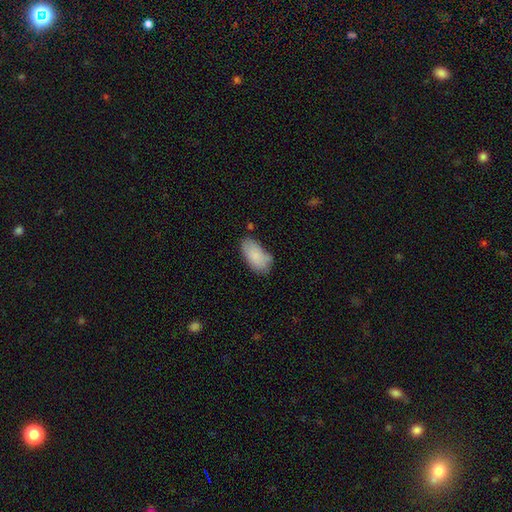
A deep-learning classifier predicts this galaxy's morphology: A smooth galaxy with no disk features (85%) that is in between round and cigar-shaped (94%).

Vote fractions:
- Smooth or featured? smooth: 85% / featured or disk: 8% / star or artifact: 7%
- How rounded? in between: 94% / round: 3% / cigar-shaped: 3%
- Merging? none: 59% / minor disturbance: 28% / major disturbance: 7% / merger: 6%